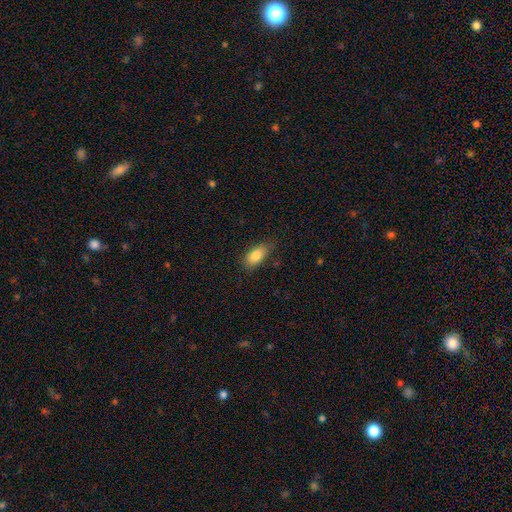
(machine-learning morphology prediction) smooth 83%, featured or disk 9%, star or artifact 8%. Down the decision tree: how rounded — in between (89%); merging — none (75%).